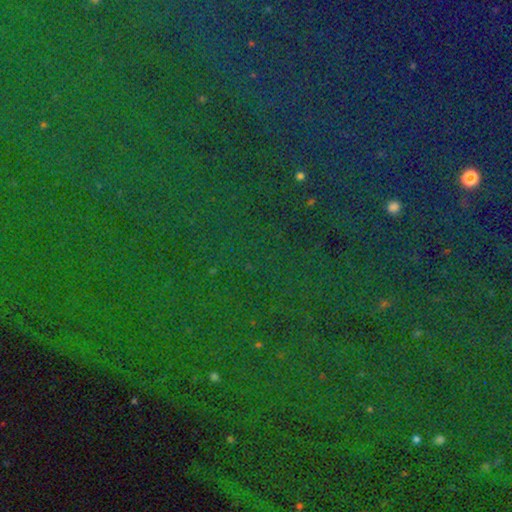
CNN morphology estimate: Smooth or featured? star or artifact (80%)